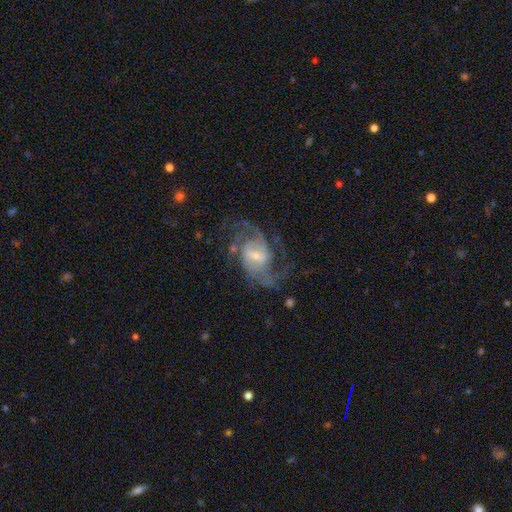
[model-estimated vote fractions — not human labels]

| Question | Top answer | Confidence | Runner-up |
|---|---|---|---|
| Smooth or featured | featured or disk | 89% | smooth (6%) |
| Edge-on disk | no | 97% | yes (3%) |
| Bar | weak | 55% | no (23%) |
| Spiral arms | yes | 96% | no (4%) |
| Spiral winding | medium | 55% | loose (24%) |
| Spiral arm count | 2 | 62% | 3 (16%) |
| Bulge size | small | 58% | moderate (34%) |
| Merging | none | 64% | major disturbance (17%) |